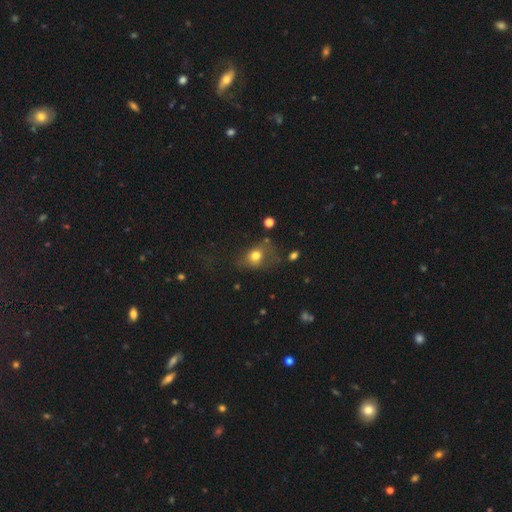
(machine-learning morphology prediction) smooth-or-featured: smooth: 73% | featured or disk: 14% | star or artifact: 13%
  how-rounded: round: 52% | in between: 47% | cigar-shaped: 2%
  merging: none: 47% | minor disturbance: 26% | major disturbance: 23% | merger: 4%